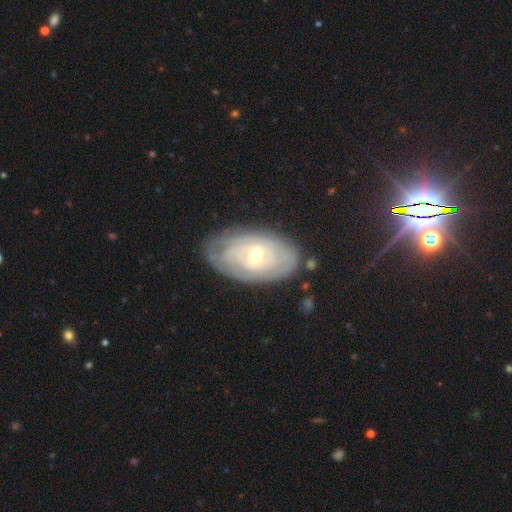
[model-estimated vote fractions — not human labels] The model was most divided on "bar": weak: 51%, no: 33%, strong: 16%. More confident: edge-on disk — no (93%); spiral arms — yes (82%); spiral winding — tight (79%); smooth or featured — featured or disk (77%); merging — none (73%); spiral arm count — can't tell (62%); bulge size — moderate (62%).